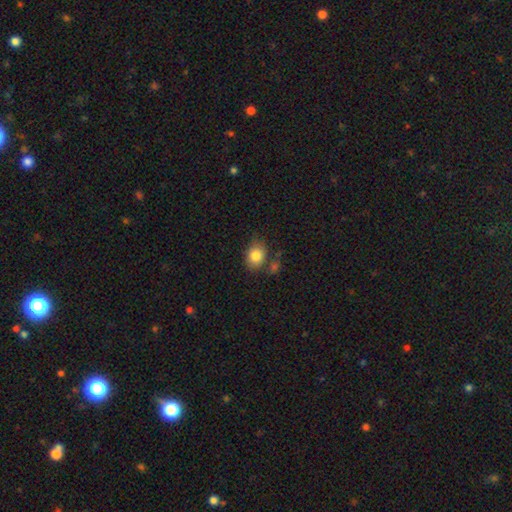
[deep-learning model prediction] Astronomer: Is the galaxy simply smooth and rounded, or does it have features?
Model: smooth — 83%.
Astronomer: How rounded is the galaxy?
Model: in between — 58% (runner-up: round, 41%).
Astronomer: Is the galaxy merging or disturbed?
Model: none — 67%.